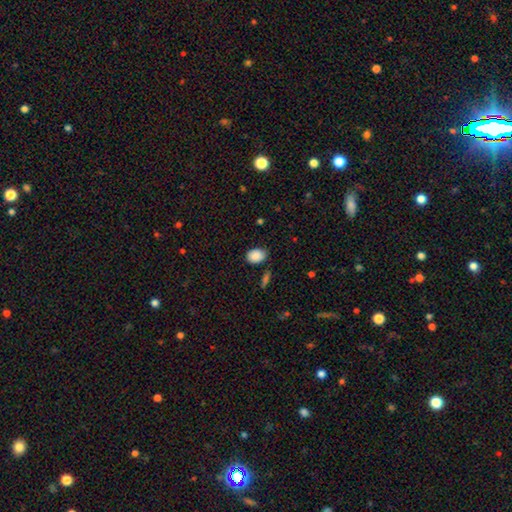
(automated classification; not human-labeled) A smooth galaxy with no disk features (88%) that is in between round and cigar-shaped (73%). Merging: none (75%).